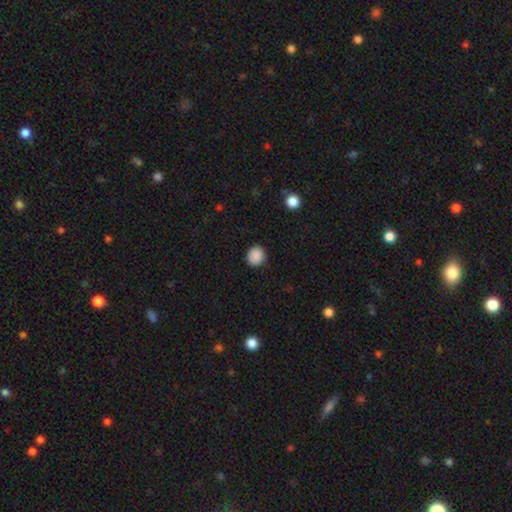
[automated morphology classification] This appears to be a smooth galaxy with no disk features (89%) that is round (84%). Merging: none (88%).